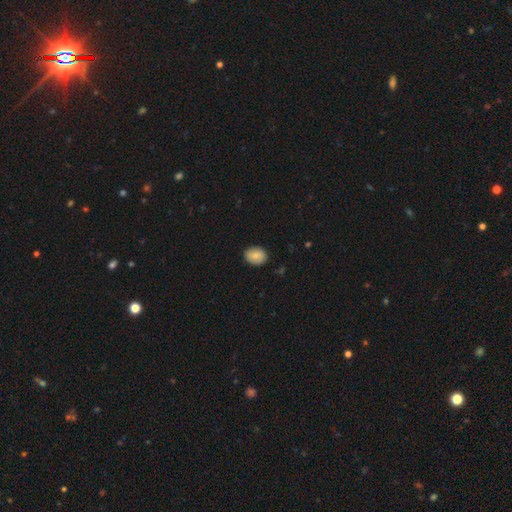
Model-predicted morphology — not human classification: smooth-or-featured: smooth: 81% | featured or disk: 11% | star or artifact: 7%
  how-rounded: in between: 57% | round: 42% | cigar-shaped: 1%
  merging: none: 85% | minor disturbance: 12% | major disturbance: 2% | merger: 1%